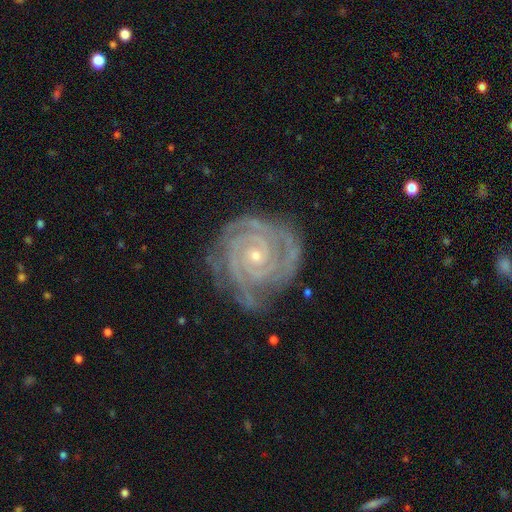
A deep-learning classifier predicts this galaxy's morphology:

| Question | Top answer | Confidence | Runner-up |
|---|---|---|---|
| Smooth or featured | featured or disk | 92% | star or artifact (5%) |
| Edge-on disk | no | 98% | yes (2%) |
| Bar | no | 72% | weak (19%) |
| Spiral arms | yes | 99% | no (1%) |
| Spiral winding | tight | 85% | medium (13%) |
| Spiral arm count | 2 | 42% | 3 (25%) |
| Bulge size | small | 77% | moderate (20%) |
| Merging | none | 72% | minor disturbance (20%) |